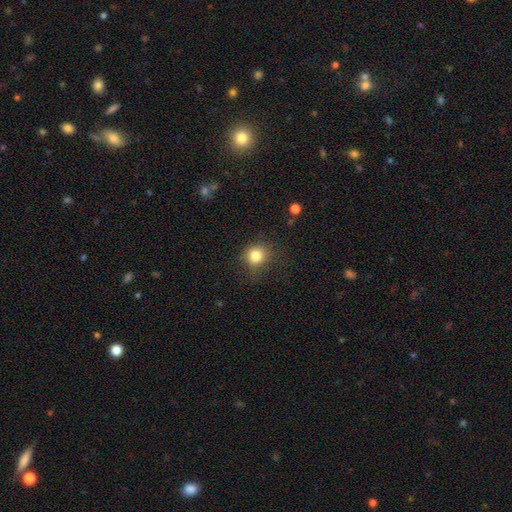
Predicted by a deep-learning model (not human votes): This appears to be a smooth galaxy with no disk features (83%) that is round (83%). Merging: none (74%).